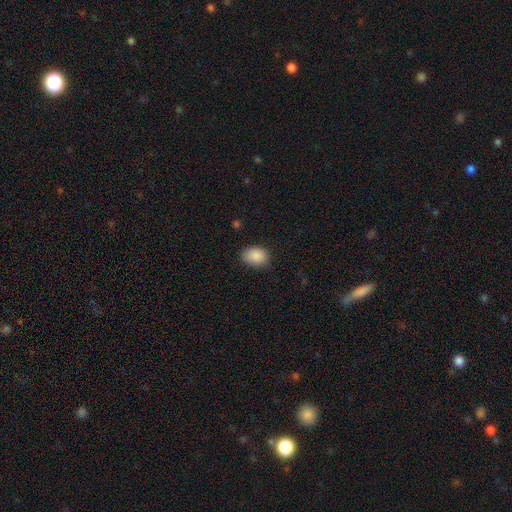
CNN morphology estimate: A smooth galaxy with no disk features (89%) that is in between round and cigar-shaped (70%). Merging: none (83%).